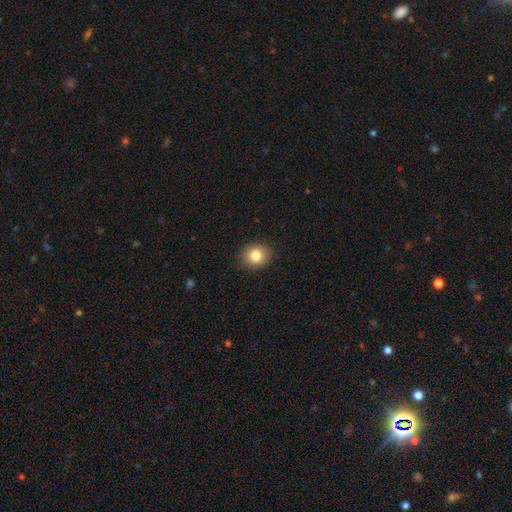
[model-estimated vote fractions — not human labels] This is clearly a smooth galaxy (83%). How rounded: likely round (68%). Merging: clearly none (89%).